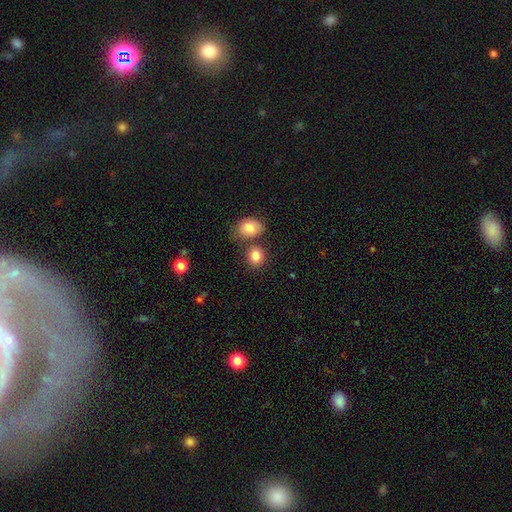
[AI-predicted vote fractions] Overall: smooth (84%). How rounded: round (71%). Merging: none (66%).